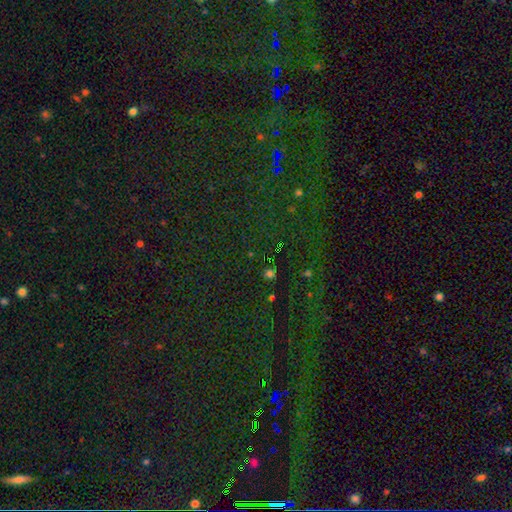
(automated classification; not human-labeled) Morphology: type=star or artifact (80%).